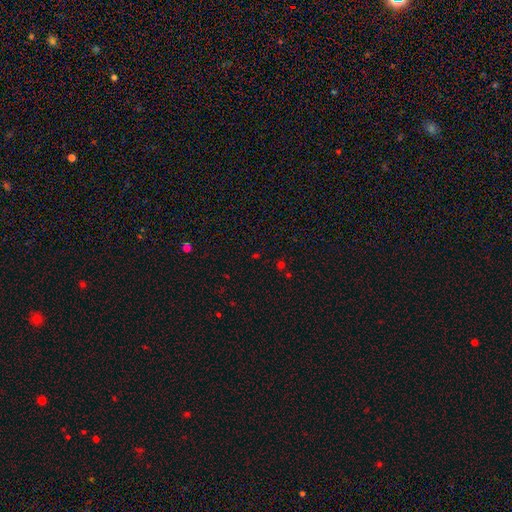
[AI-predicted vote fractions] smooth-or-featured: star or artifact: 56% | smooth: 37% | featured or disk: 7%